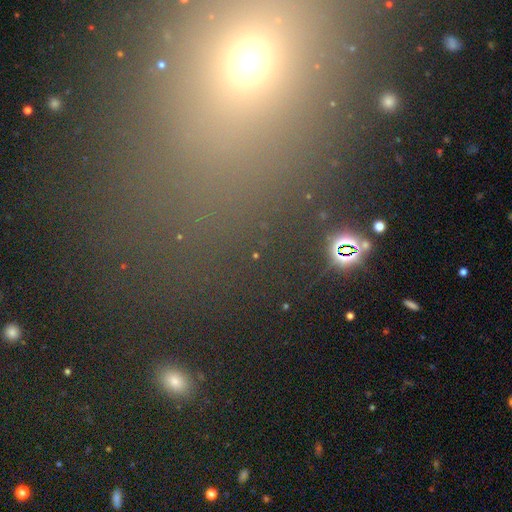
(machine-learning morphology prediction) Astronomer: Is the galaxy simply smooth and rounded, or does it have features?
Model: star or artifact — 72%.